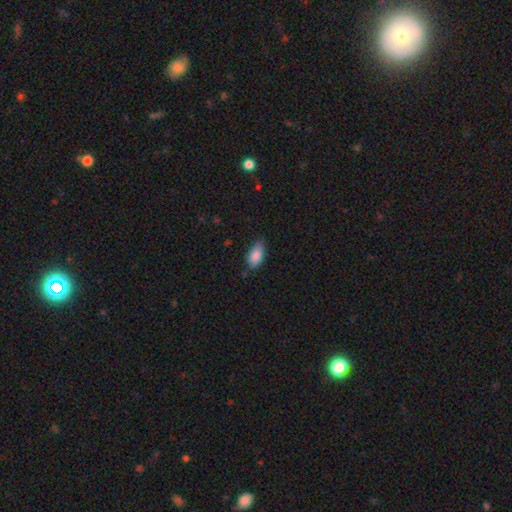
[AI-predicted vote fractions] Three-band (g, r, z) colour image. It shows a smooth galaxy with no disk features (86%) that is in between round and cigar-shaped (92%). Merging: none (69%).